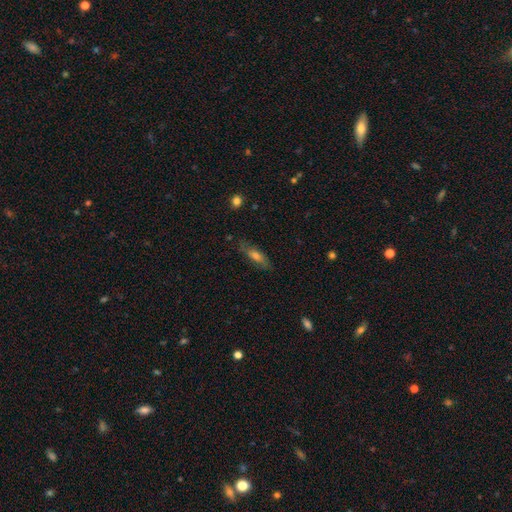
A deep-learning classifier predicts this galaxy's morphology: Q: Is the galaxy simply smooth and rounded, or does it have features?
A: smooth — 51%.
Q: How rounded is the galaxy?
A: cigar-shaped — 54%.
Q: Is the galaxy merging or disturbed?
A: none — 77%.